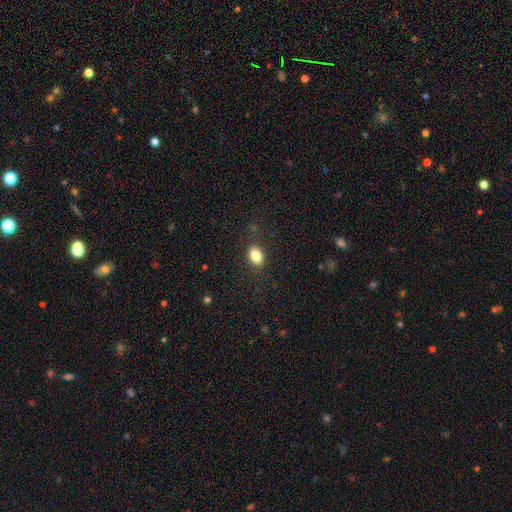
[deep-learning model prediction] Smooth or featured? Predicted: smooth (p=0.85). How rounded? Predicted: in between (p=0.87). Merging? Predicted: none (p=0.85).